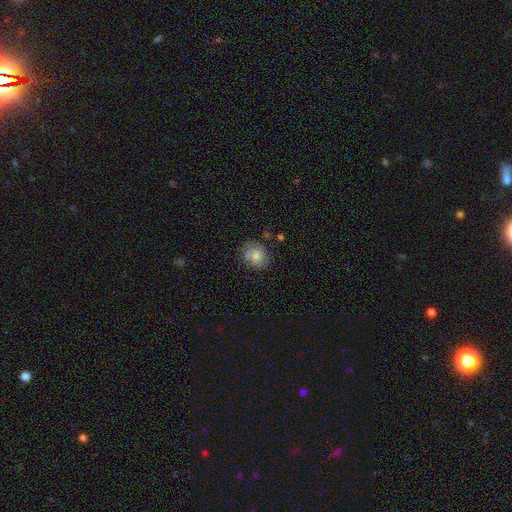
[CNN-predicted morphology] Q: Smooth or featured?
A: smooth (57%); runner-up: featured or disk (33%)
Q: How rounded?
A: round (63%); runner-up: in between (36%)
Q: Merging?
A: none (65%); runner-up: minor disturbance (23%)